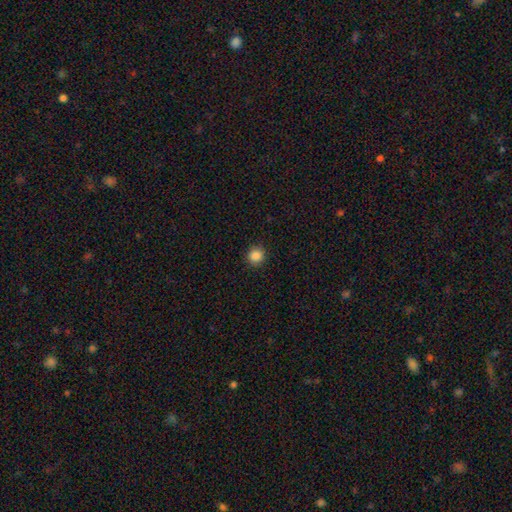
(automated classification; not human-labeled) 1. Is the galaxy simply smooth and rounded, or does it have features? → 87% smooth, 10% star or artifact, 3% featured or disk.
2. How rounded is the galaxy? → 92% round, 7% in between, 1% cigar-shaped.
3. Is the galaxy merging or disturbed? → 91% none, 6% minor disturbance, 2% major disturbance, 1% merger.